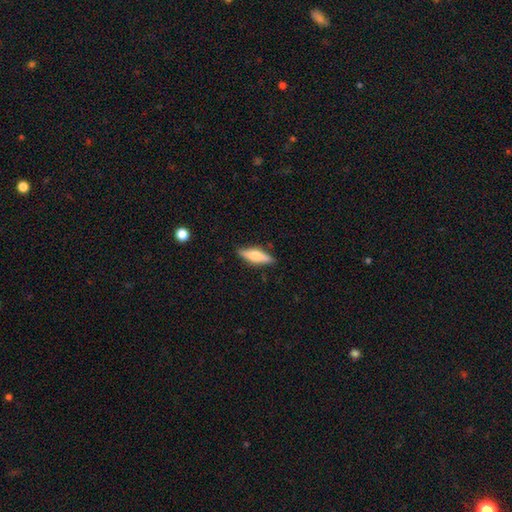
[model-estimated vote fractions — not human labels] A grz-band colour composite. It shows a smooth galaxy with no disk features (55%) that is cigar-shaped (59%). Merging: none (86%).